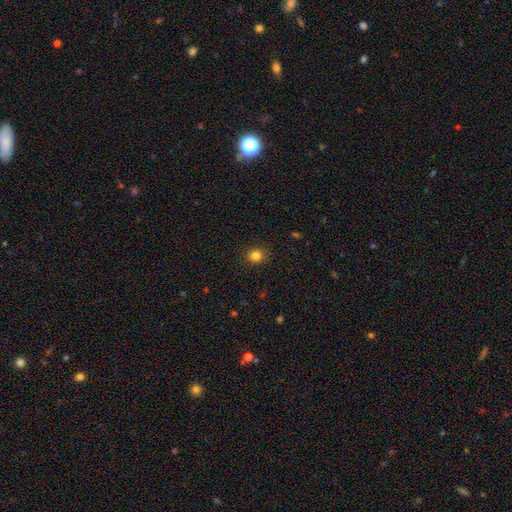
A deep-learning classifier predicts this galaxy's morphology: A smooth galaxy with no disk features (82%) that is round (85%). Merging: none (89%).